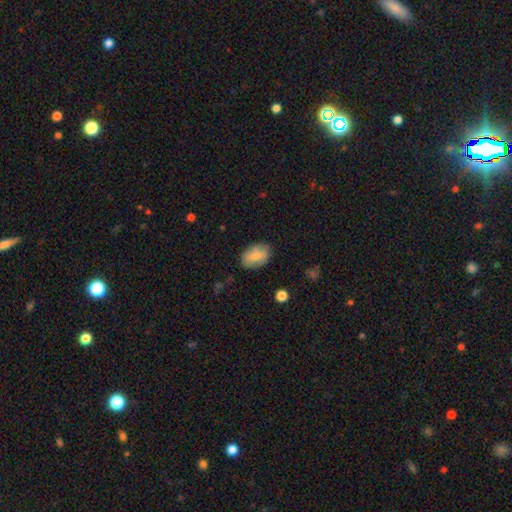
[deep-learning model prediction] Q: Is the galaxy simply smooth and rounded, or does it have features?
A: smooth — 76%.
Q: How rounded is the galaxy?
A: in between — 87%.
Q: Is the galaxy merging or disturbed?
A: none — 81%.